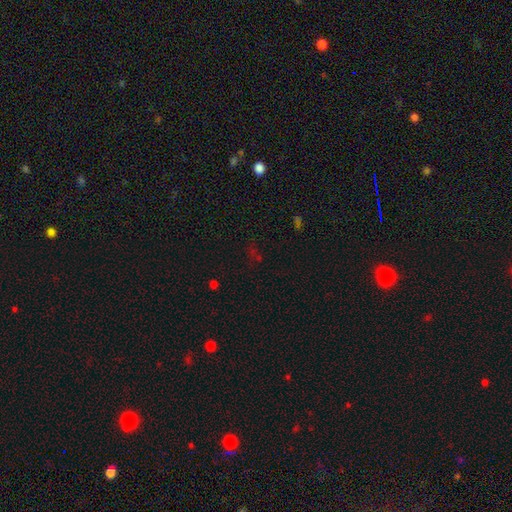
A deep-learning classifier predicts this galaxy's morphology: A star or artifact, not a galaxy (64%).